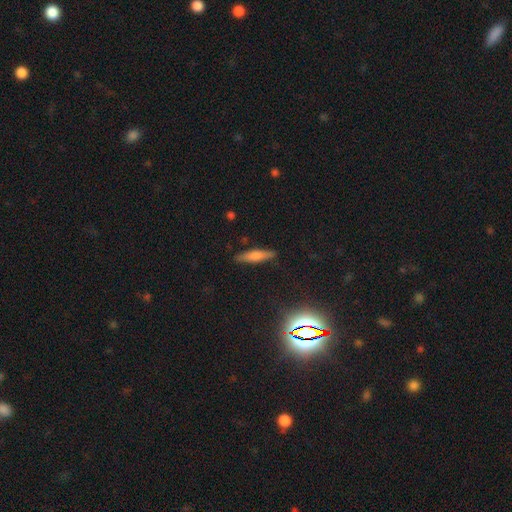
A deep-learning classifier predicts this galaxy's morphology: smooth-or-featured: smooth: 61% | featured or disk: 30% | star or artifact: 10%
  how-rounded: cigar-shaped: 79% | in between: 19% | round: 2%
  merging: none: 86% | minor disturbance: 10% | major disturbance: 2% | merger: 1%